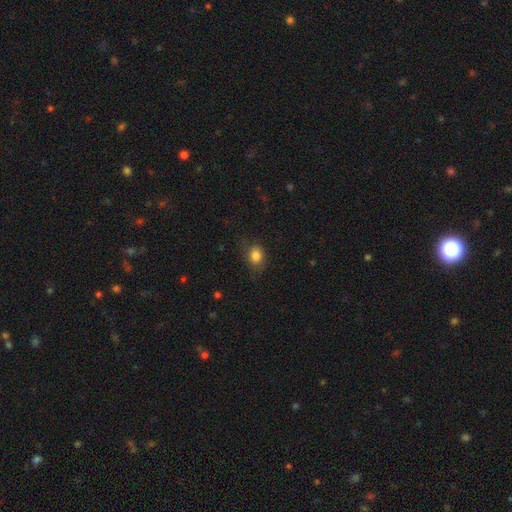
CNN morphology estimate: Smooth or featured? smooth (83%)
How rounded? in between (55%)
Merging? none (73%)